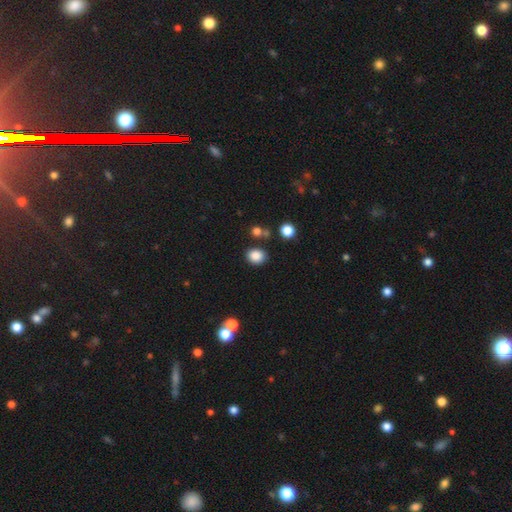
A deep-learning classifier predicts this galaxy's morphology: Q: Smooth or featured?
A: smooth (85%); runner-up: star or artifact (11%)
Q: How rounded?
A: round (55%); runner-up: in between (44%)
Q: Merging?
A: none (80%); runner-up: minor disturbance (11%)